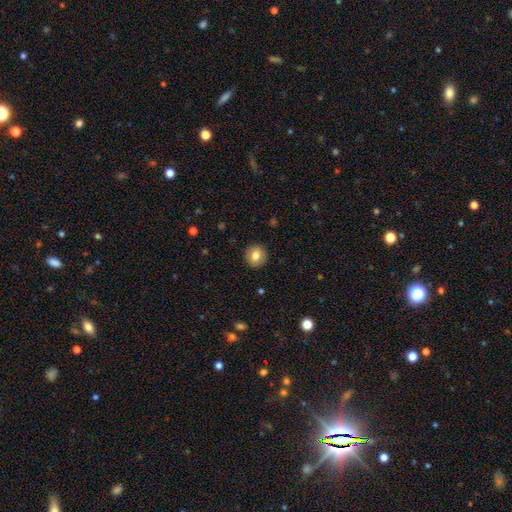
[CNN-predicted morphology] Smooth or featured?
  - smooth: 80% *
  - featured or disk: 11%
  - star or artifact: 9%
How rounded?
  - round: 89% *
  - in between: 10%
  - cigar-shaped: 1%
Merging?
  - none: 92% *
  - minor disturbance: 6%
  - major disturbance: 2%
  - merger: 1%